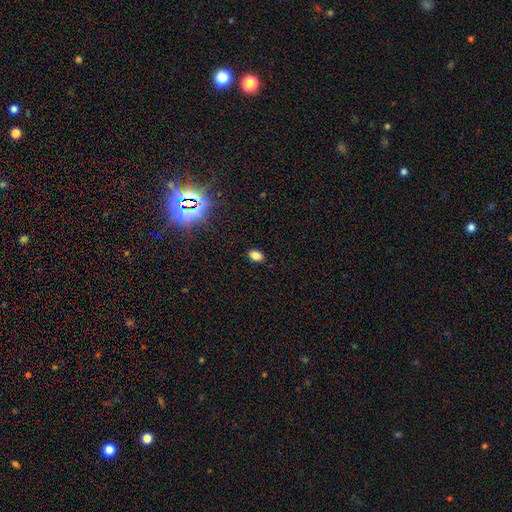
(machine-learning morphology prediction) Smooth or featured? smooth (80%)
How rounded? in between (81%)
Merging? none (88%)